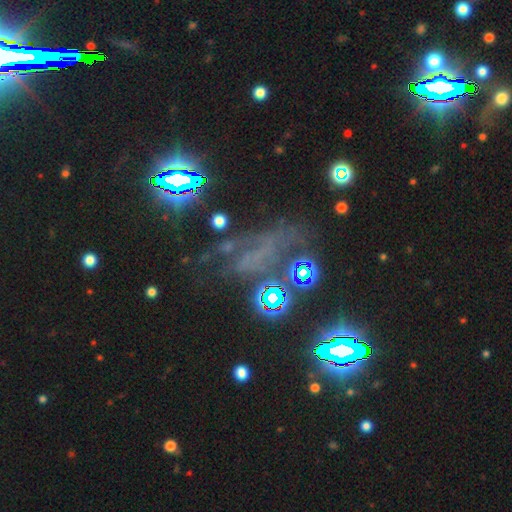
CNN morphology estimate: Q: Smooth or featured?
A: star or artifact (44%); runner-up: featured or disk (33%)